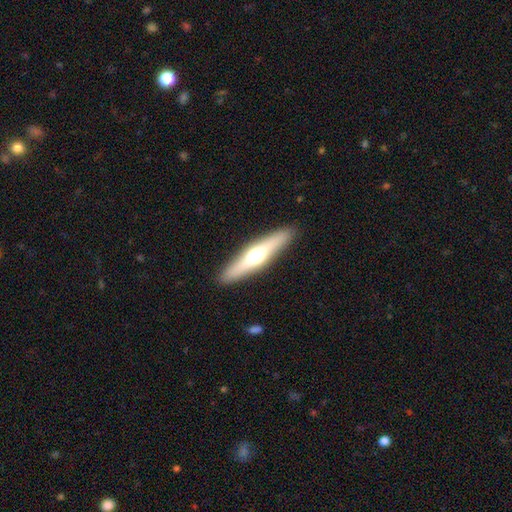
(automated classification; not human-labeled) Q: Smooth or featured?
A: featured or disk (54%); runner-up: smooth (41%)
Q: Edge-on disk?
A: yes (92%); runner-up: no (8%)
Q: Merging?
A: none (90%); runner-up: minor disturbance (7%)